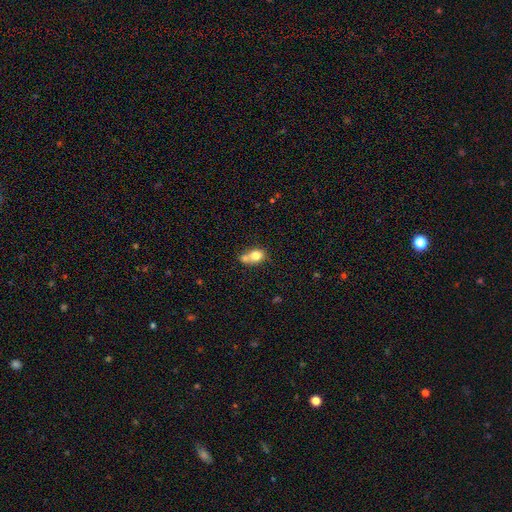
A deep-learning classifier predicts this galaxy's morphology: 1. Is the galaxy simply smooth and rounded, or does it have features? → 75% smooth, 16% featured or disk, 10% star or artifact.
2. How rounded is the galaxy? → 51% round, 48% in between, 1% cigar-shaped.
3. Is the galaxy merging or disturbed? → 49% merger, 35% none, 12% minor disturbance, 5% major disturbance.